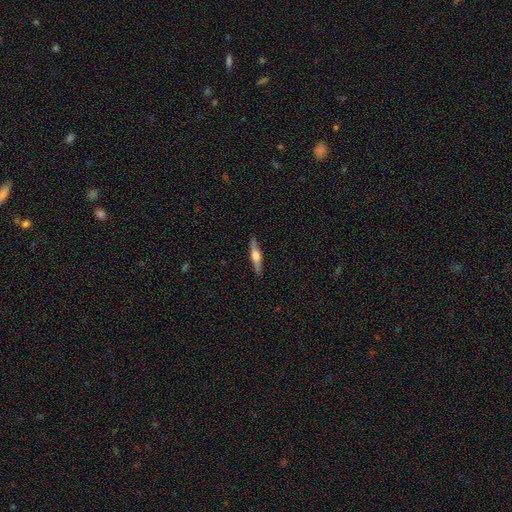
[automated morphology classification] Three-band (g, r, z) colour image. It shows a featured or disk galaxy (64%) viewed edge-on (96%) with a rounded central bulge (87%). Merging: none (88%).